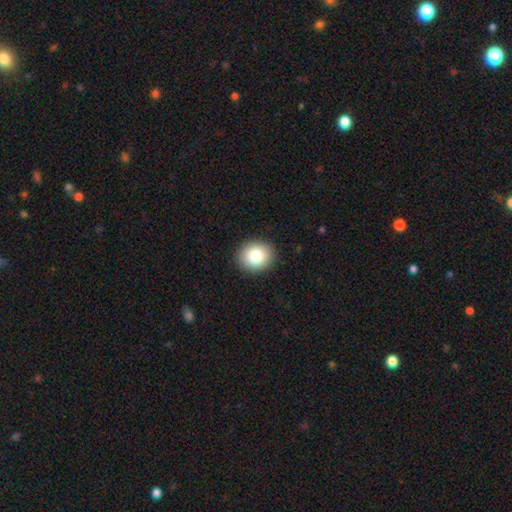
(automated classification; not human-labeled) Smooth or featured? smooth (83%)
How rounded? round (70%)
Merging? none (91%)